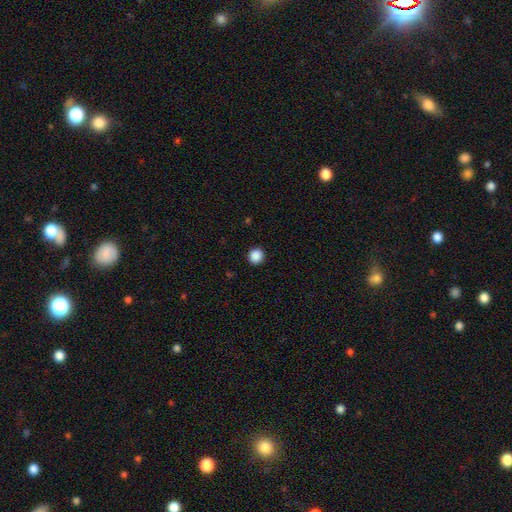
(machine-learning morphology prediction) type=smooth (88%); roundness=round (92%); merging=none (93%).